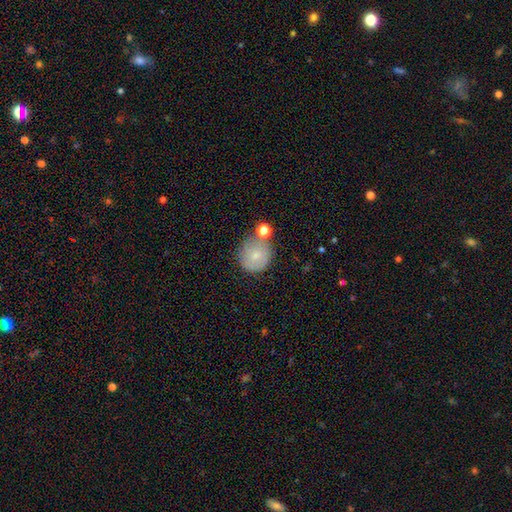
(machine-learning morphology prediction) Smooth or featured?
  - smooth: 74% *
  - featured or disk: 18%
  - star or artifact: 9%
How rounded?
  - round: 88% *
  - in between: 11%
  - cigar-shaped: 1%
Merging?
  - none: 61% *
  - minor disturbance: 17%
  - merger: 16%
  - major disturbance: 5%